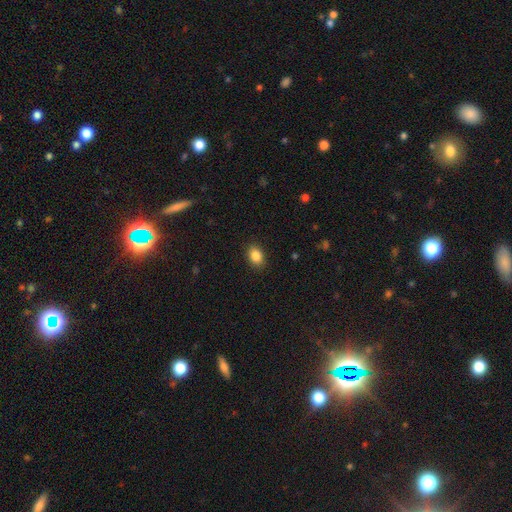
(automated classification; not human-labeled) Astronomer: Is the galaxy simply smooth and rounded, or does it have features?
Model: smooth — 87%.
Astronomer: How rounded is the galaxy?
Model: in between — 74%.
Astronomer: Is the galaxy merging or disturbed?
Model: none — 88%.